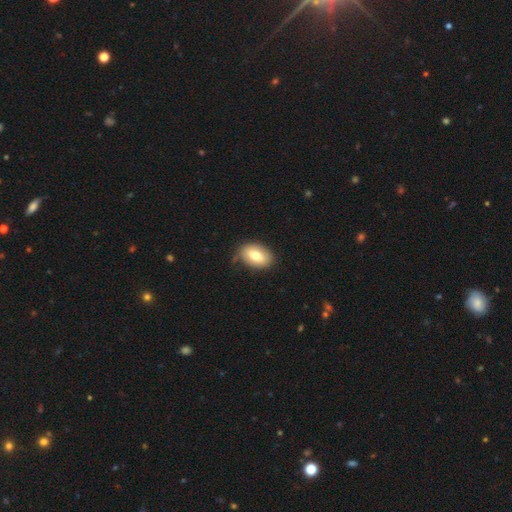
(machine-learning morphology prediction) Overall: smooth (74%). How rounded: in between (88%). Merging: none (81%).